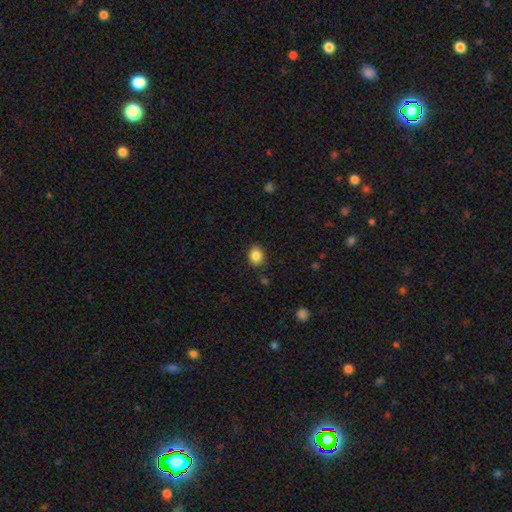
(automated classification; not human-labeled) Smooth or featured?
  - smooth: 87% *
  - star or artifact: 9%
  - featured or disk: 4%
How rounded?
  - round: 57% *
  - in between: 42%
  - cigar-shaped: 1%
Merging?
  - none: 84% *
  - minor disturbance: 11%
  - major disturbance: 3%
  - merger: 2%